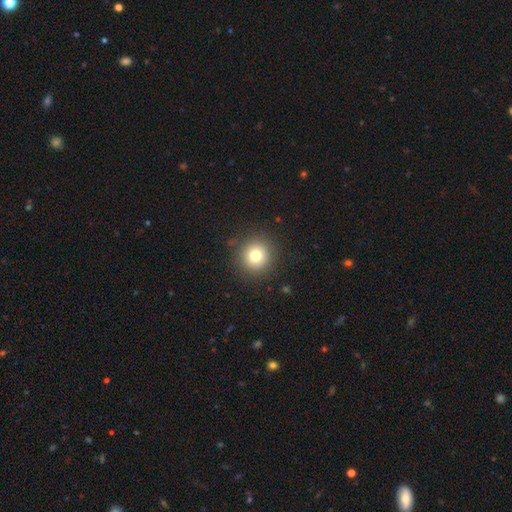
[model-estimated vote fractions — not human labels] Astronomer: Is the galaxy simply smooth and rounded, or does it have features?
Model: smooth — 78%.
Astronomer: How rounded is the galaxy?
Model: round — 93%.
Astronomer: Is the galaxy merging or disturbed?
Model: none — 89%.